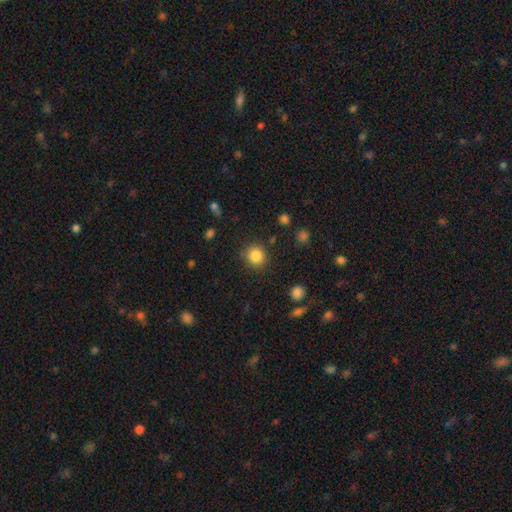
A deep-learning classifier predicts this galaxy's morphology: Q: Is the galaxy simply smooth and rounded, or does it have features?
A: smooth — 85%.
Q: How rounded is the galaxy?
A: round — 89%.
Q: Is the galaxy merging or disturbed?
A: none — 85%.